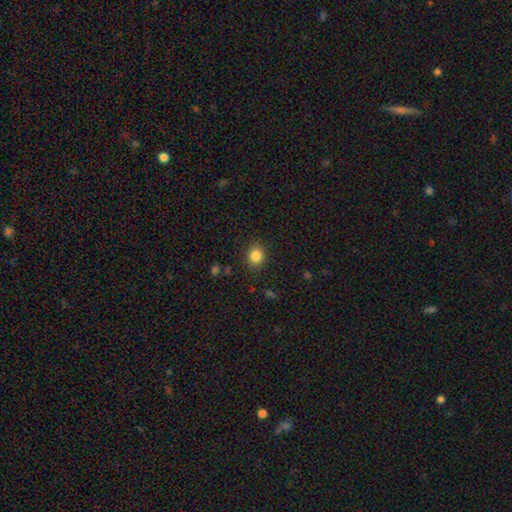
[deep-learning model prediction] The model was most divided on "how rounded": round: 71%, in between: 28%, cigar-shaped: 1%. More confident: merging — none (87%); smooth or featured — smooth (84%).